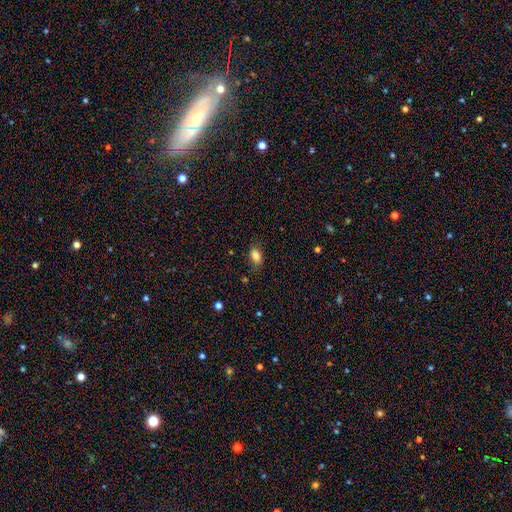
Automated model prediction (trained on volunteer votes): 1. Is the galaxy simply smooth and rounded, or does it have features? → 82% smooth, 10% star or artifact, 8% featured or disk.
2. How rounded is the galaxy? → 86% in between, 10% round, 5% cigar-shaped.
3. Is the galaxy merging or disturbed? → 78% none, 16% minor disturbance, 4% major disturbance, 2% merger.